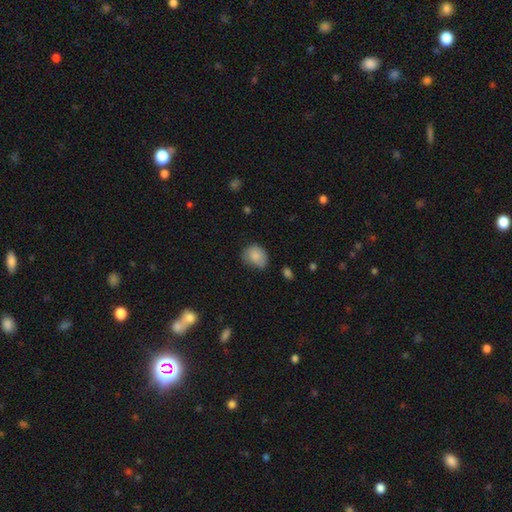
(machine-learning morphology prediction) smooth-or-featured: smooth: 83% | featured or disk: 9% | star or artifact: 8%
  how-rounded: in between: 52% | round: 47% | cigar-shaped: 1%
  merging: none: 53% | minor disturbance: 36% | major disturbance: 9% | merger: 2%